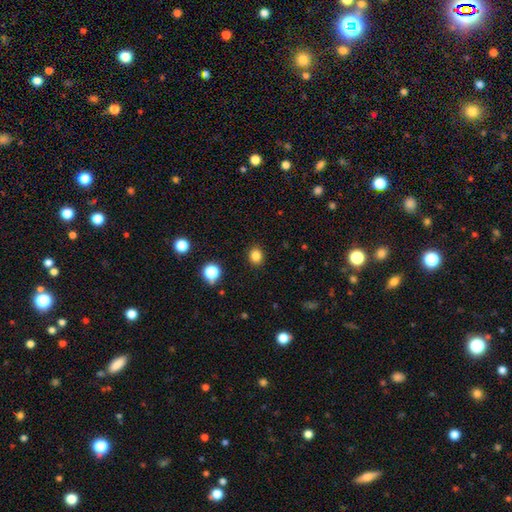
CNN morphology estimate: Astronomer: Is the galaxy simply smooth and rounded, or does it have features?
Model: smooth — 83%.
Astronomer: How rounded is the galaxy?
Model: round — 71%.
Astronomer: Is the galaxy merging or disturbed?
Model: none — 90%.